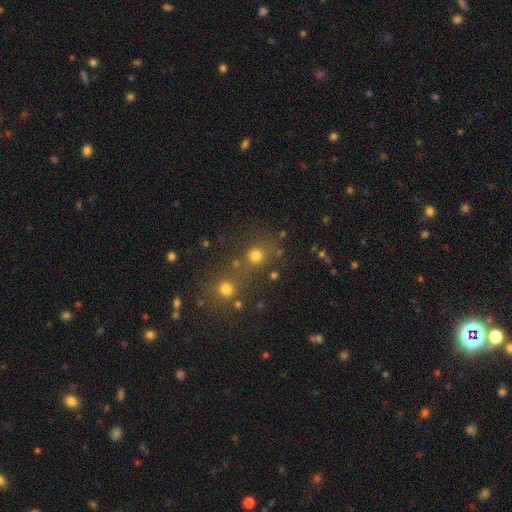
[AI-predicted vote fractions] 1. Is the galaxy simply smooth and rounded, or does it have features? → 73% smooth, 20% star or artifact, 7% featured or disk.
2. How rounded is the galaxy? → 87% round, 11% in between, 1% cigar-shaped.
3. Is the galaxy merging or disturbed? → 60% none, 26% merger, 8% minor disturbance, 5% major disturbance.